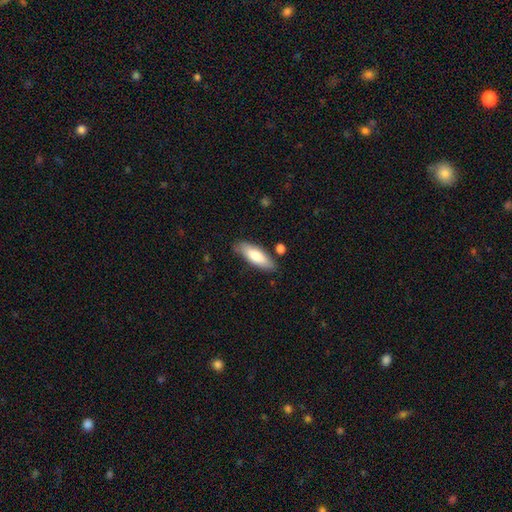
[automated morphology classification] A smooth galaxy with no disk features (76%) that is in between round and cigar-shaped (61%).

Vote fractions:
- Smooth or featured? smooth: 76% / featured or disk: 18% / star or artifact: 6%
- How rounded? in between: 61% / cigar-shaped: 37% / round: 2%
- Merging? none: 80% / minor disturbance: 14% / merger: 3% / major disturbance: 3%